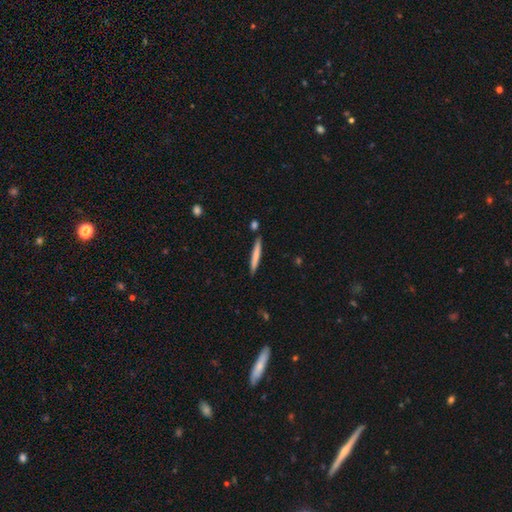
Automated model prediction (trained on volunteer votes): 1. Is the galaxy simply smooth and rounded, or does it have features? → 71% smooth, 24% featured or disk, 6% star or artifact.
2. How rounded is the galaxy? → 96% cigar-shaped, 3% in between, 1% round.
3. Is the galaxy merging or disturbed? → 86% none, 9% minor disturbance, 4% merger, 2% major disturbance.